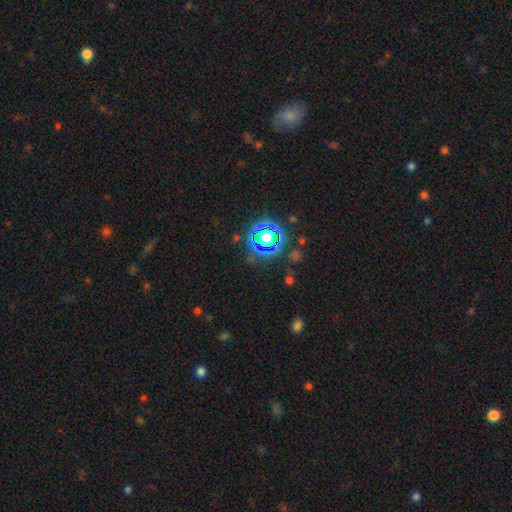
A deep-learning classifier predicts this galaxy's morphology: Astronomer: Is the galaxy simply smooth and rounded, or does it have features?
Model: star or artifact — 77%.